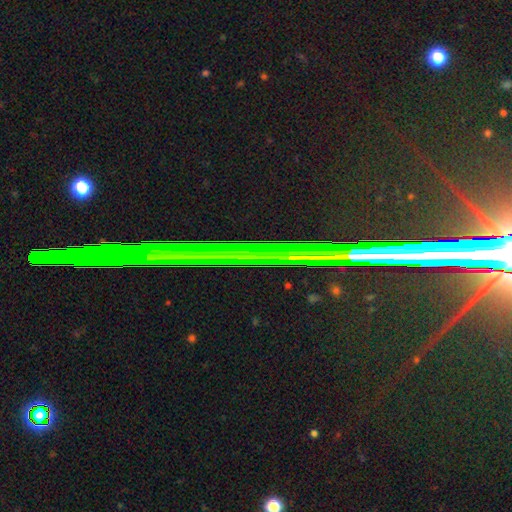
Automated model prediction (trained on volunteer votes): Smooth or featured?
  - star or artifact: 77% *
  - featured or disk: 15%
  - smooth: 8%